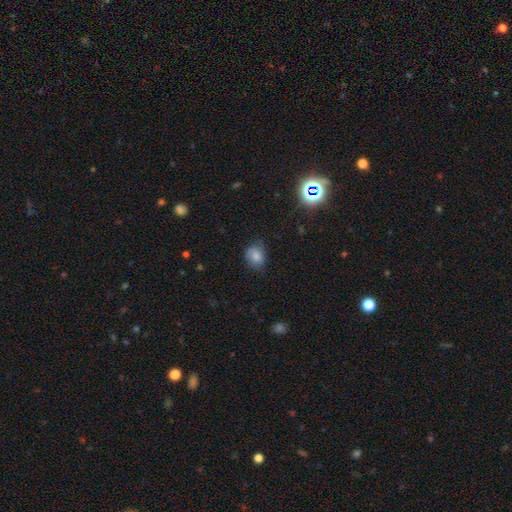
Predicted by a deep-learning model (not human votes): A smooth galaxy with no disk features (79%) that is round (52%). Merging: none (69%).